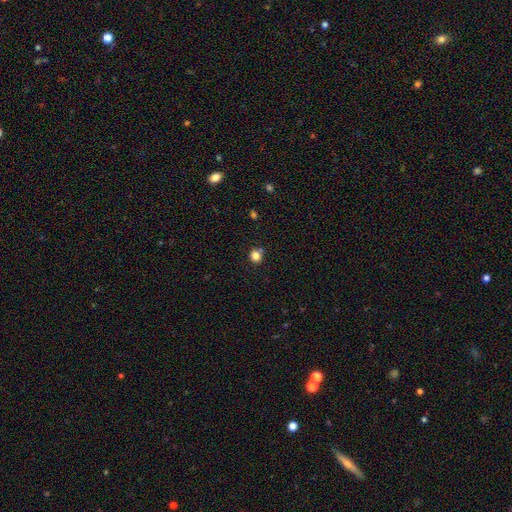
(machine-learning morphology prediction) Overall: smooth (82%). How rounded: round (87%). Merging: none (77%).